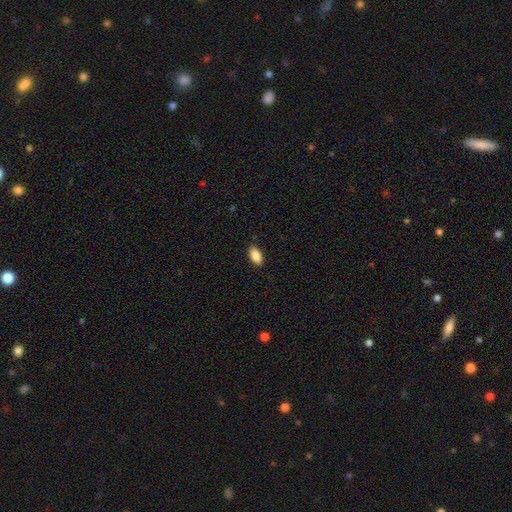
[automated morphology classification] Smooth or featured? Predicted: smooth (p=0.86). How rounded? Predicted: in between (p=0.93). Merging? Predicted: none (p=0.89).